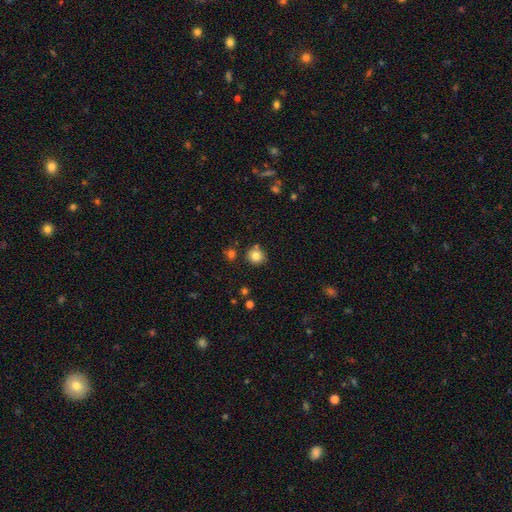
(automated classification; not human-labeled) The model was most divided on "smooth or featured": smooth: 81%, star or artifact: 11%, featured or disk: 7%. More confident: how rounded — round (91%); merging — none (82%).